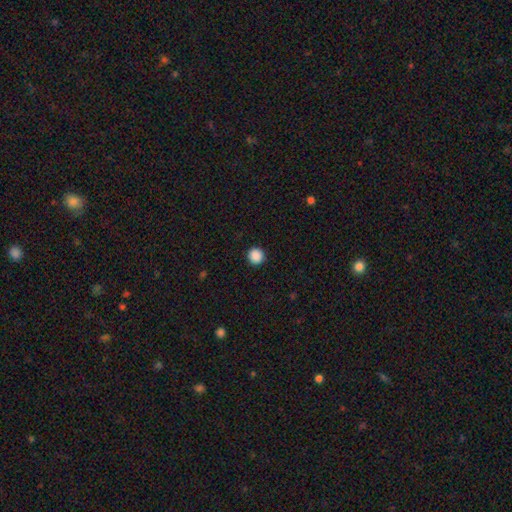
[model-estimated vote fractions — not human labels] Smooth or featured: smooth — 88% (star or artifact — 9%)
How rounded: round — 95% (in between — 4%)
Merging: none — 92% (minor disturbance — 5%)